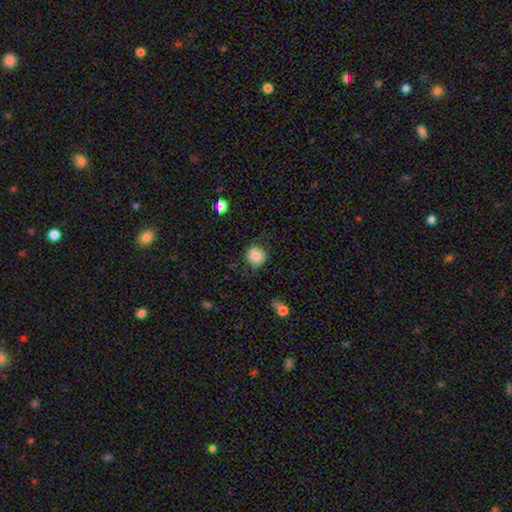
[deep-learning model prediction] This appears to be a smooth galaxy with no disk features (82%) that is round (88%). Merging: none (73%).